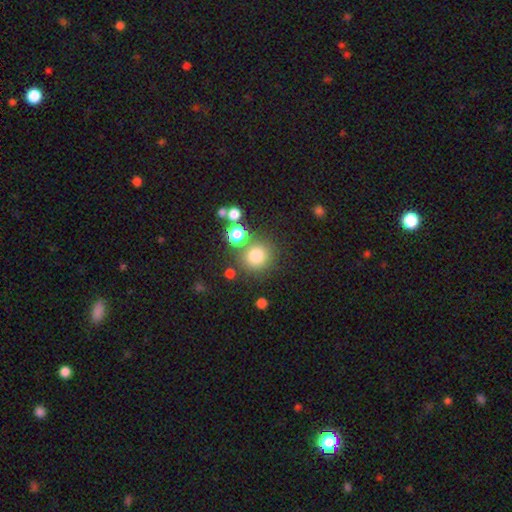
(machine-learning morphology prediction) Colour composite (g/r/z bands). It shows a smooth galaxy with no disk features (77%) that is round (89%). Merging: none (72%).